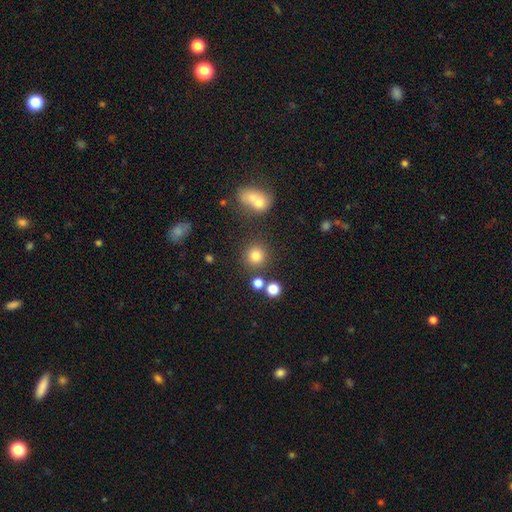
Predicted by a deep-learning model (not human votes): This is likely a smooth galaxy (79%). How rounded: clearly round (91%). Merging: likely none (80%).